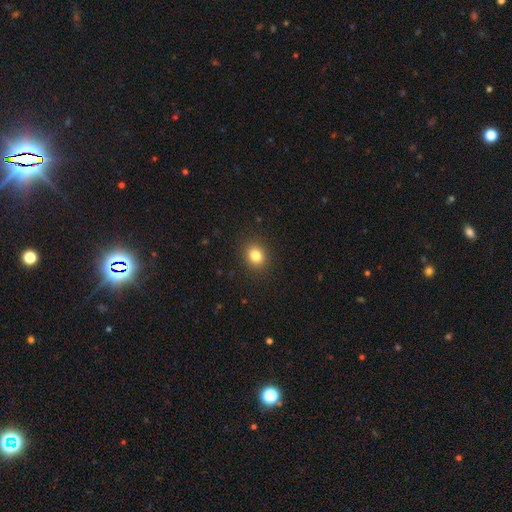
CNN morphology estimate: This appears to be a smooth galaxy with no disk features (82%) that is round (67%). Merging: none (90%).